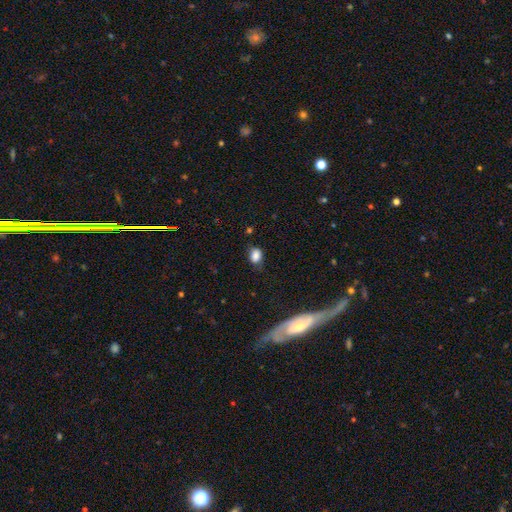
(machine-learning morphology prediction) Smooth or featured? smooth (83%)
How rounded? in between (73%)
Merging? none (66%)